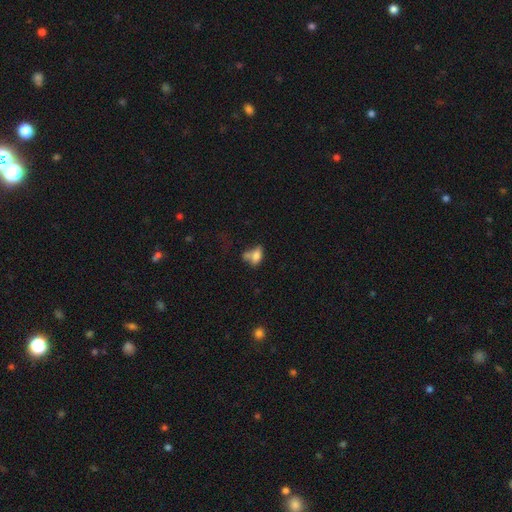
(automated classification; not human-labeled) smooth-or-featured: smooth: 74% | featured or disk: 16% | star or artifact: 10%
  how-rounded: in between: 85% | round: 10% | cigar-shaped: 5%
  merging: none: 34% | merger: 33% | minor disturbance: 20% | major disturbance: 13%